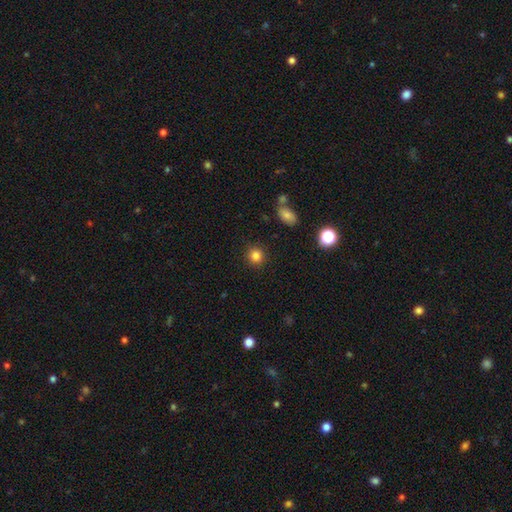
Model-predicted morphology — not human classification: type=smooth (83%); roundness=round (90%); merging=none (89%).